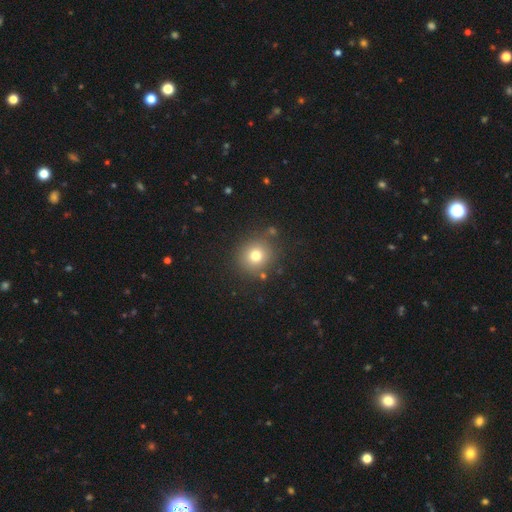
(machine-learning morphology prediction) Smooth or featured: smooth — 76% (star or artifact — 14%)
How rounded: round — 89% (in between — 10%)
Merging: none — 83% (minor disturbance — 9%)